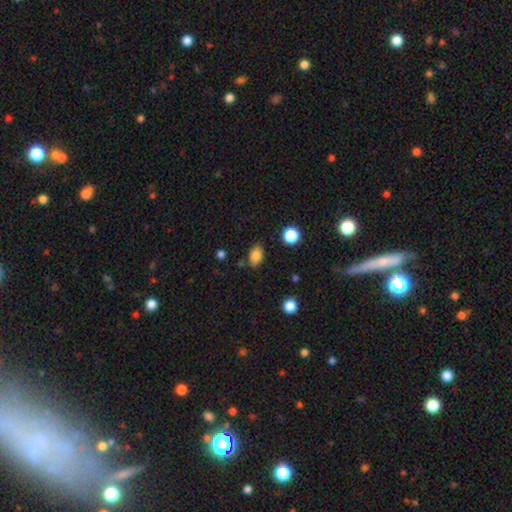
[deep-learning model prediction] Smooth or featured: smooth — 84% (star or artifact — 10%)
How rounded: in between — 80% (round — 18%)
Merging: none — 79% (minor disturbance — 14%)